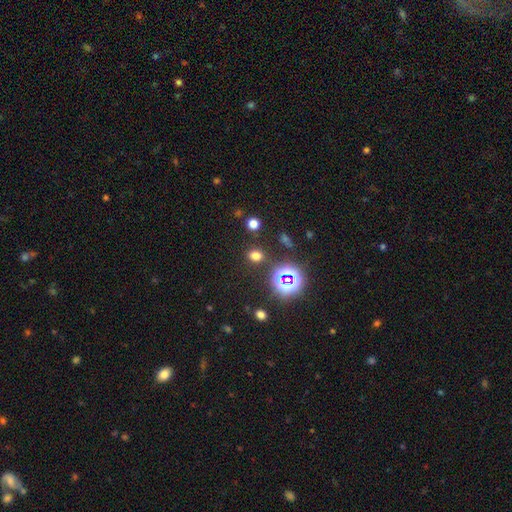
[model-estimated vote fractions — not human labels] Smooth or featured? smooth (65%)
How rounded? round (53%)
Merging? none (83%)